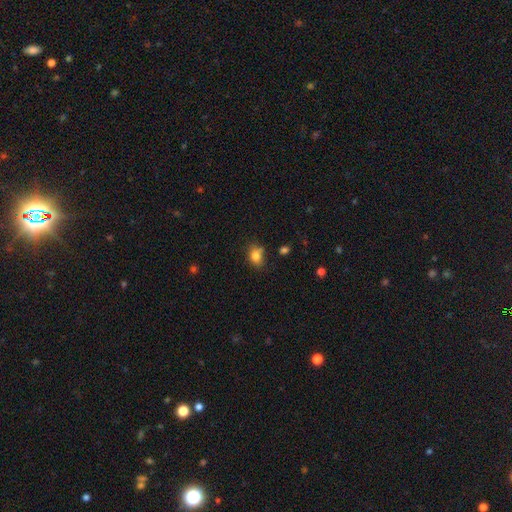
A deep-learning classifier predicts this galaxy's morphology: Smooth or featured?
  - smooth: 80% *
  - star or artifact: 11%
  - featured or disk: 9%
How rounded?
  - in between: 61% *
  - round: 38%
  - cigar-shaped: 1%
Merging?
  - none: 66% *
  - minor disturbance: 22%
  - merger: 7%
  - major disturbance: 5%